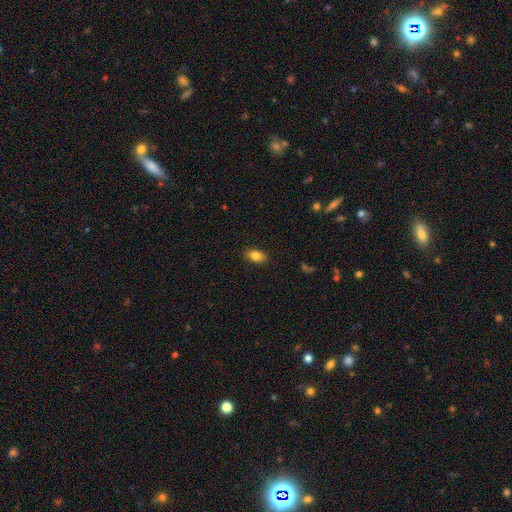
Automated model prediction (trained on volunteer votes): This is clearly a smooth galaxy (84%). How rounded: clearly in between (87%). Merging: clearly none (88%).